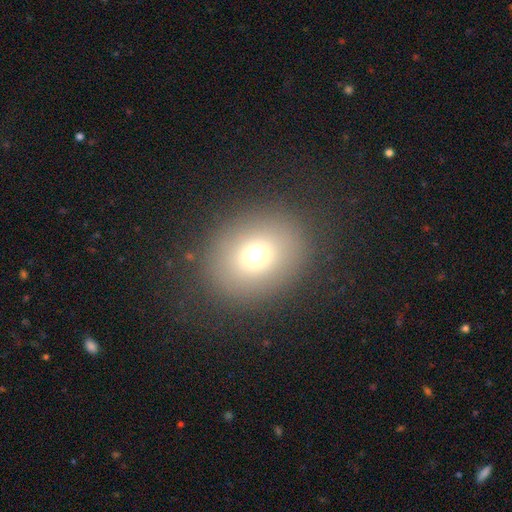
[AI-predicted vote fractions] smooth_or_featured: smooth (p=0.69) [alt: star or artifact p=0.20]
how_rounded: round (p=0.67) [alt: in between p=0.32]
merging: none (p=0.85) [alt: minor disturbance p=0.08]